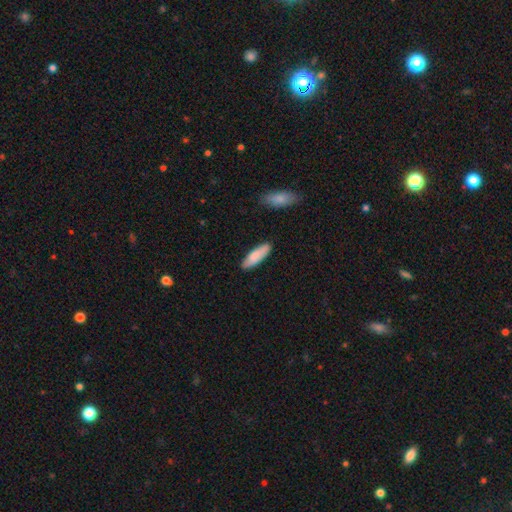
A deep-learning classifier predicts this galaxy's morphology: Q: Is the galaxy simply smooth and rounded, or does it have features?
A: smooth — 83%.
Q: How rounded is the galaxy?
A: in between — 50%.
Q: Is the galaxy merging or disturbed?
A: none — 84%.